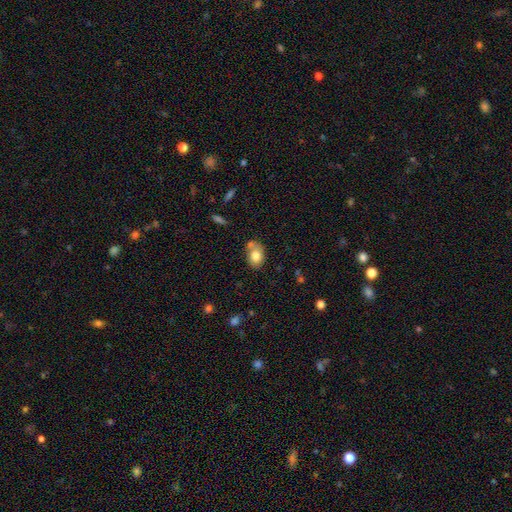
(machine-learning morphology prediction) smooth 78%, featured or disk 14%, star or artifact 8%. Down the decision tree: how rounded — in between (73%); merging — none (55%).